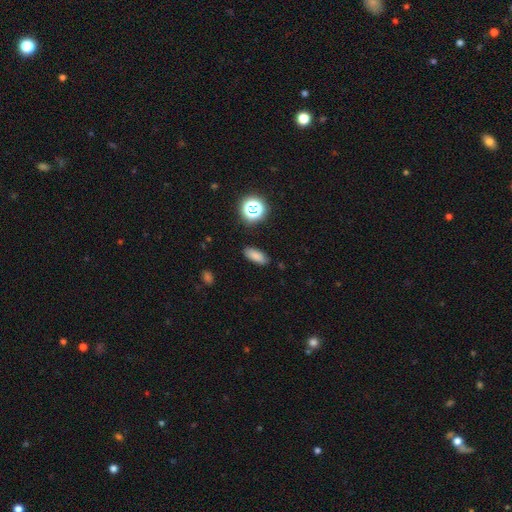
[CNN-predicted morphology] This is likely a smooth galaxy (80%). How rounded: clearly in between (81%). Merging: clearly none (87%).